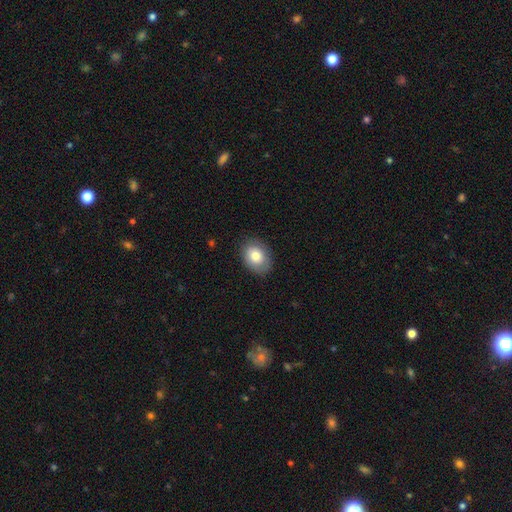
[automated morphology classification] smooth 79%, featured or disk 13%, star or artifact 7%. Down the decision tree: how rounded — in between (71%); merging — none (83%).